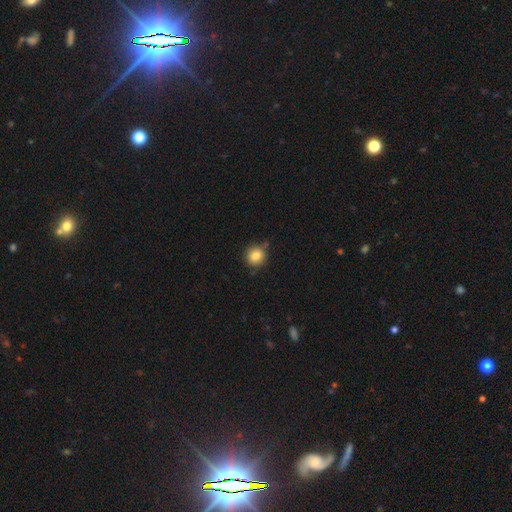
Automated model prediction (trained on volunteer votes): Overall: smooth (84%). How rounded: round (90%). Merging: none (79%).